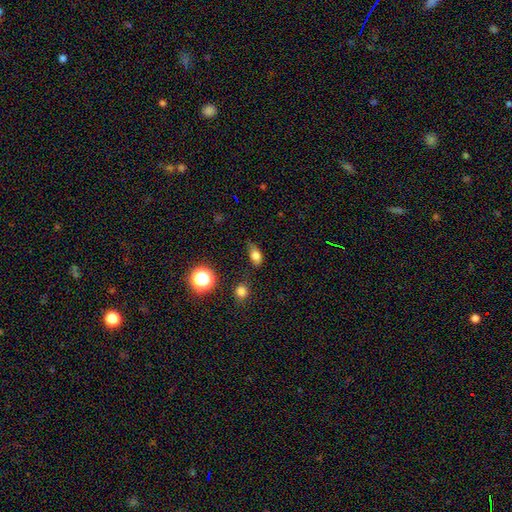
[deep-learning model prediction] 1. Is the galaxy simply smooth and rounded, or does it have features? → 77% smooth, 13% star or artifact, 10% featured or disk.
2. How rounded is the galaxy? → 74% in between, 21% round, 5% cigar-shaped.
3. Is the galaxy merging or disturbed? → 54% none, 32% minor disturbance, 10% major disturbance, 4% merger.